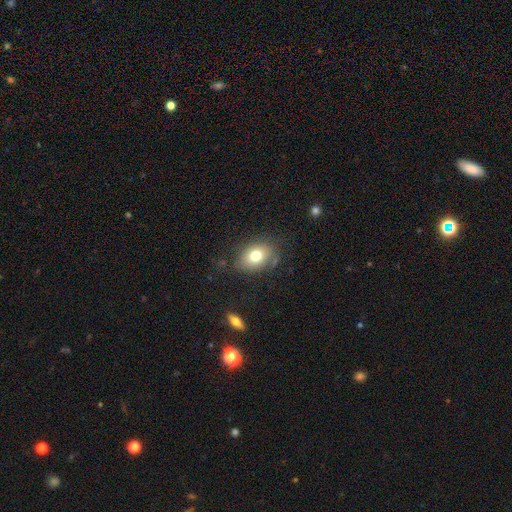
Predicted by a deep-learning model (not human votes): This appears to be a smooth galaxy with no disk features (75%) that is in between round and cigar-shaped (72%). Merging: none (73%).